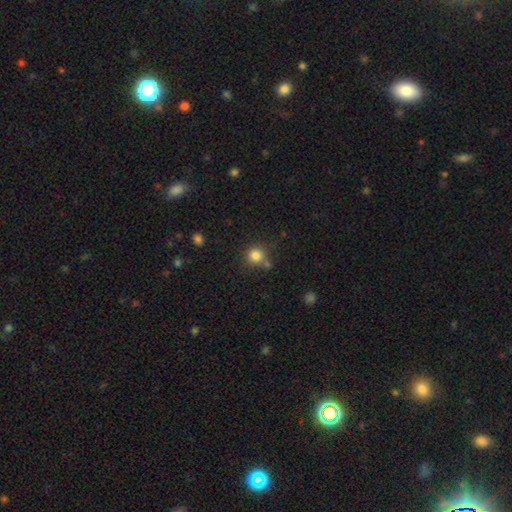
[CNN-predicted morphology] A smooth galaxy with no disk features (82%) that is round (90%).

Vote fractions:
- Smooth or featured? smooth: 82% / star or artifact: 12% / featured or disk: 6%
- How rounded? round: 90% / in between: 9% / cigar-shaped: 1%
- Merging? none: 70% / merger: 14% / minor disturbance: 12% / major disturbance: 4%